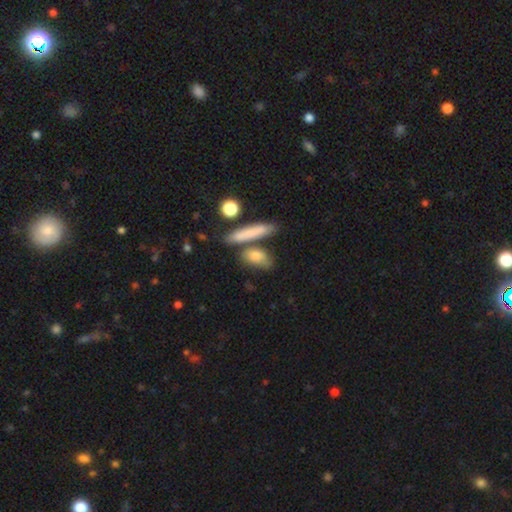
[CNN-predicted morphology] A smooth galaxy with no disk features (80%) that is in between round and cigar-shaped (54%).

Vote fractions:
- Smooth or featured? smooth: 80% / featured or disk: 14% / star or artifact: 6%
- How rounded? in between: 54% / cigar-shaped: 34% / round: 12%
- Merging? none: 63% / merger: 18% / minor disturbance: 15% / major disturbance: 5%